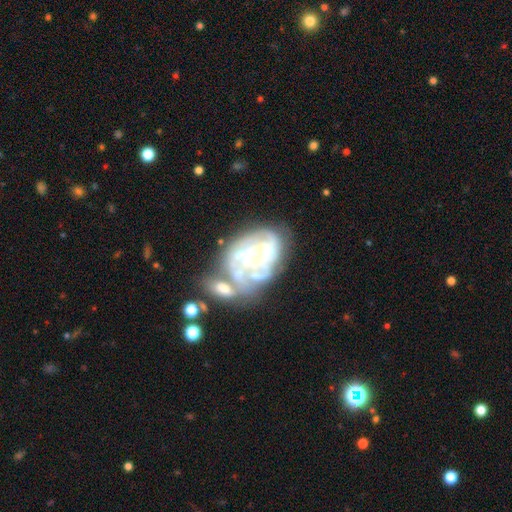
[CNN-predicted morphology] smooth-or-featured: featured or disk: 79% | smooth: 12% | star or artifact: 9%
  disk-edge-on: no: 98% | yes: 2%
    bar: no: 73% | weak: 20% | strong: 6%
    has-spiral-arms: yes: 66% | no: 34%
      spiral-winding: tight: 49% | medium: 34% | loose: 17%
      spiral-arm-count: can't tell: 45% | 2: 18% | 3: 17% | 4: 10% | more than 4: 5% | 1: 5%
    bulge-size: small: 53% | moderate: 37% | none: 6% | large: 3% | dominant: 1%
  merging: merger: 33% | none: 29% | major disturbance: 21% | minor disturbance: 17%